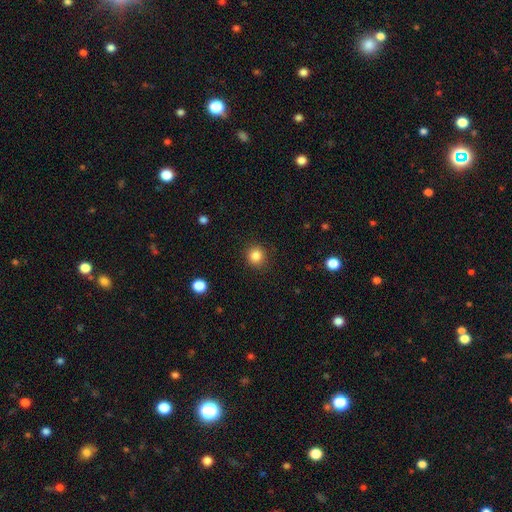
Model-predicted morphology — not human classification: smooth-or-featured: smooth: 85% | star or artifact: 11% | featured or disk: 4%
  how-rounded: round: 92% | in between: 8% | cigar-shaped: 1%
  merging: none: 90% | minor disturbance: 6% | major disturbance: 2% | merger: 1%